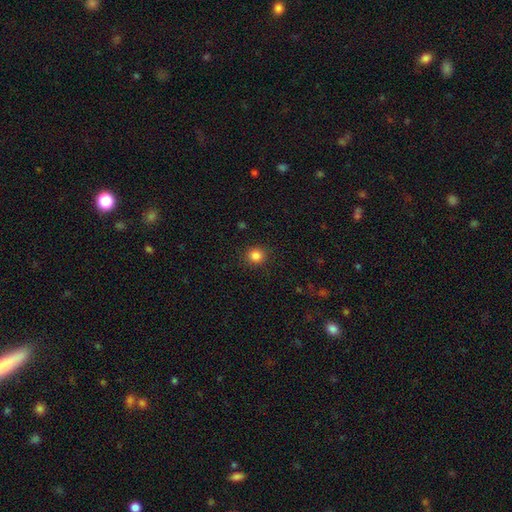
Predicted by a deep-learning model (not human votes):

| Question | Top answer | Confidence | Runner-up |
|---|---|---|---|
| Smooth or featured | smooth | 84% | star or artifact (12%) |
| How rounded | round | 91% | in between (8%) |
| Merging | none | 90% | minor disturbance (6%) |